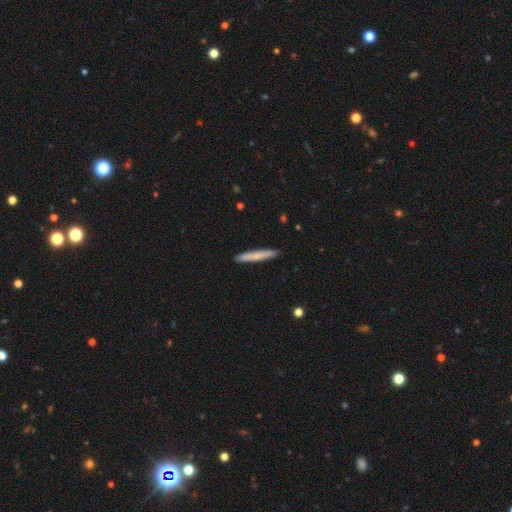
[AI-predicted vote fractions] A smooth galaxy with no disk features (72%) that is cigar-shaped (96%).

Vote fractions:
- Smooth or featured? smooth: 72% / featured or disk: 22% / star or artifact: 6%
- How rounded? cigar-shaped: 96% / in between: 3% / round: 1%
- Merging? none: 91% / minor disturbance: 6% / major disturbance: 1% / merger: 1%